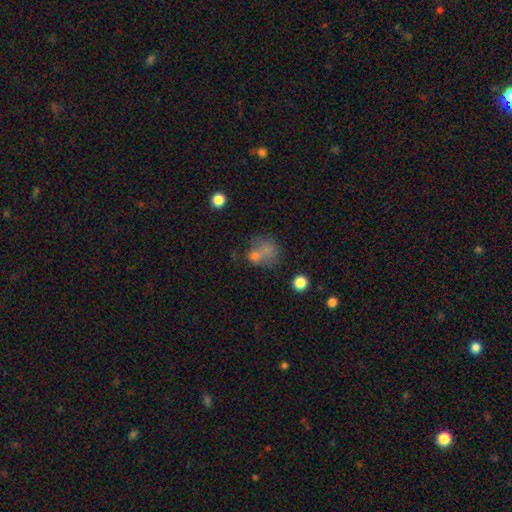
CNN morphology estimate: Overall: smooth (66%). How rounded: round (65%; in between 33%). Merging: none (37%; merger 35%).